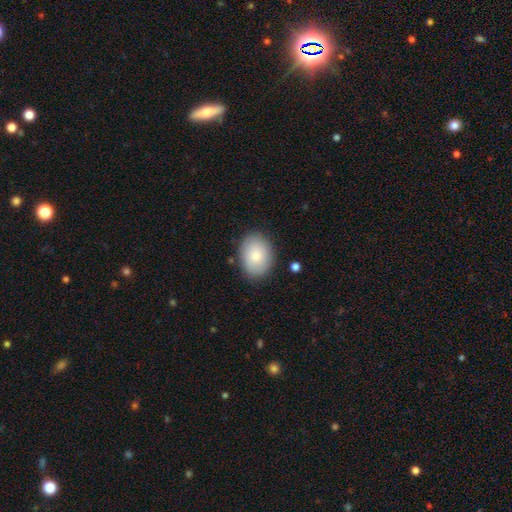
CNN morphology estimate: Smooth or featured?
  - smooth: 80% *
  - featured or disk: 13%
  - star or artifact: 7%
How rounded?
  - in between: 69% *
  - round: 30%
  - cigar-shaped: 1%
Merging?
  - none: 84% *
  - minor disturbance: 12%
  - major disturbance: 3%
  - merger: 2%